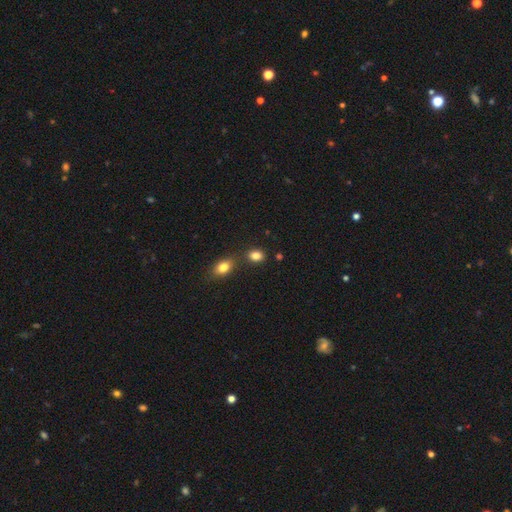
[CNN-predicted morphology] smooth-or-featured: smooth: 84% | star or artifact: 11% | featured or disk: 6%
  how-rounded: in between: 67% | round: 31% | cigar-shaped: 2%
  merging: none: 68% | merger: 16% | minor disturbance: 12% | major disturbance: 4%